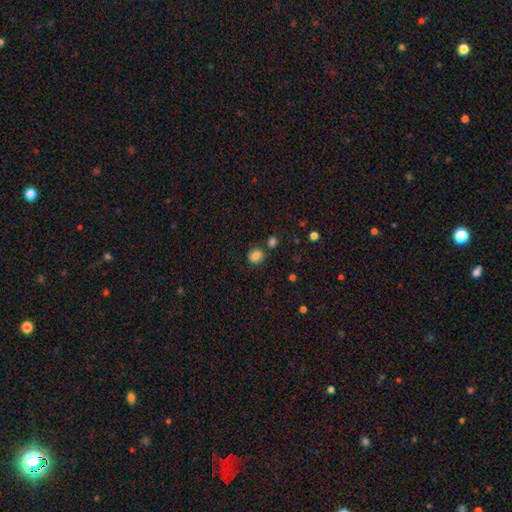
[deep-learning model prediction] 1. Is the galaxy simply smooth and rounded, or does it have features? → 82% smooth, 11% star or artifact, 7% featured or disk.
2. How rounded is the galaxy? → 75% round, 24% in between, 1% cigar-shaped.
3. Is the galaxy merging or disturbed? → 75% none, 12% minor disturbance, 10% merger, 4% major disturbance.